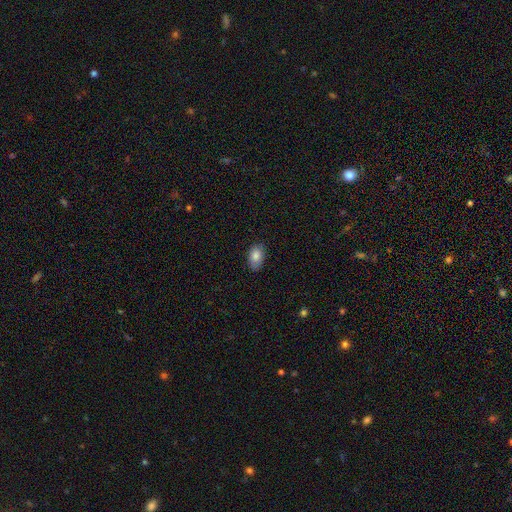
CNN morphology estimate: Smooth or featured? Predicted: smooth (p=0.84). How rounded? Predicted: in between (p=0.90). Merging? Predicted: none (p=0.81).